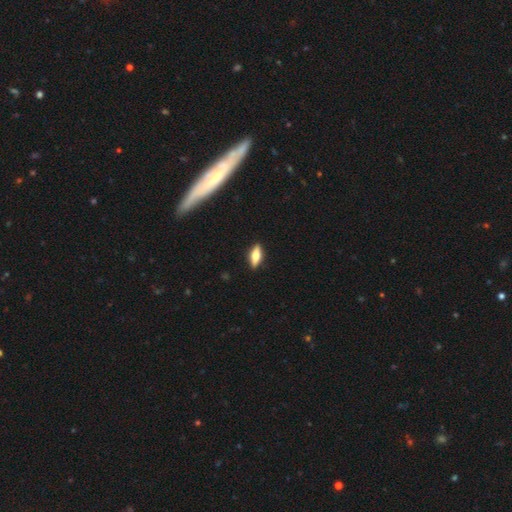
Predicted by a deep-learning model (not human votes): A smooth galaxy with no disk features (54%) that is in between round and cigar-shaped (64%). Merging: none (88%).